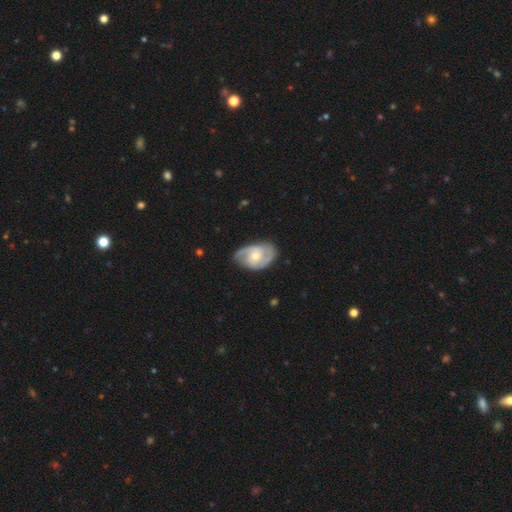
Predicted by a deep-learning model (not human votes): A featured or disk galaxy (81%) with no bar (62%), 2 (81%) medium (48%) spiral arms (94%) and a moderate central bulge (53%). Merging: none (74%).